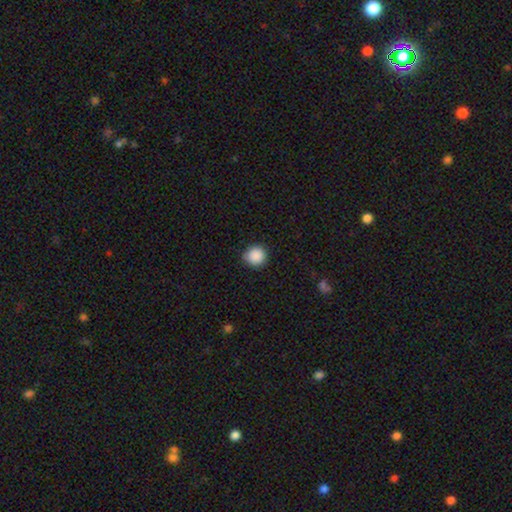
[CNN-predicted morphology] smooth-or-featured: smooth: 89% | star or artifact: 8% | featured or disk: 2%
  how-rounded: round: 92% | in between: 7% | cigar-shaped: 1%
  merging: none: 87% | minor disturbance: 10% | major disturbance: 2% | merger: 1%